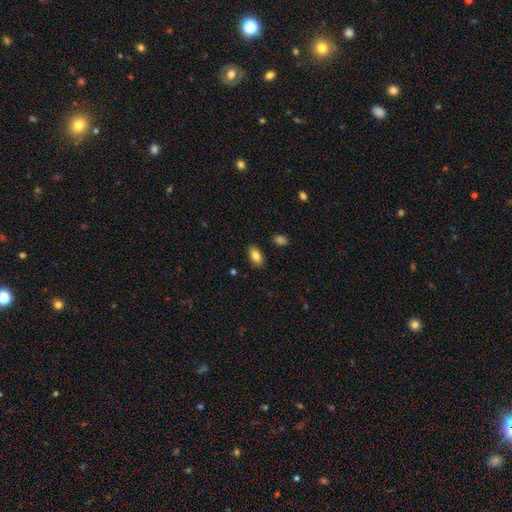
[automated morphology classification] The model was most divided on "smooth or featured": smooth: 85%, star or artifact: 8%, featured or disk: 7%. More confident: how rounded — in between (91%); merging — none (86%).